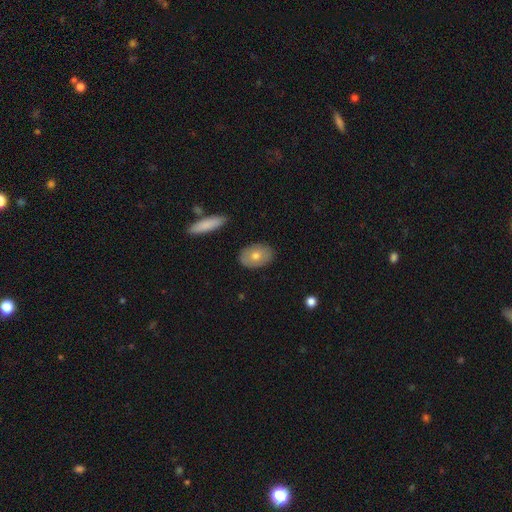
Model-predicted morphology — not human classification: This is likely a smooth galaxy (67%). How rounded: clearly in between (84%). Merging: clearly none (87%).